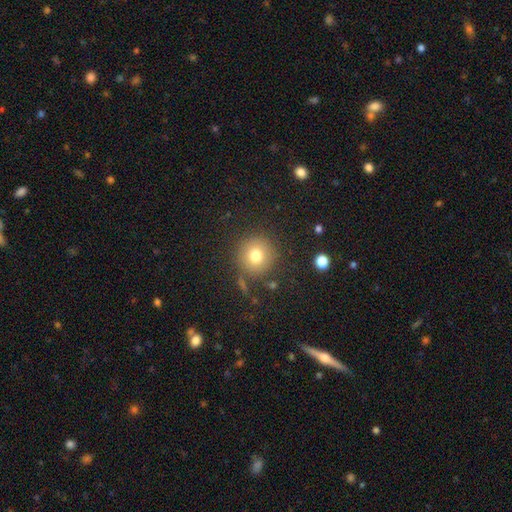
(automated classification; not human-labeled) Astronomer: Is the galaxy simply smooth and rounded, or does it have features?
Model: smooth — 76%.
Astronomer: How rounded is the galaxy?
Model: round — 94%.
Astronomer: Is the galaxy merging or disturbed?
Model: none — 84%.